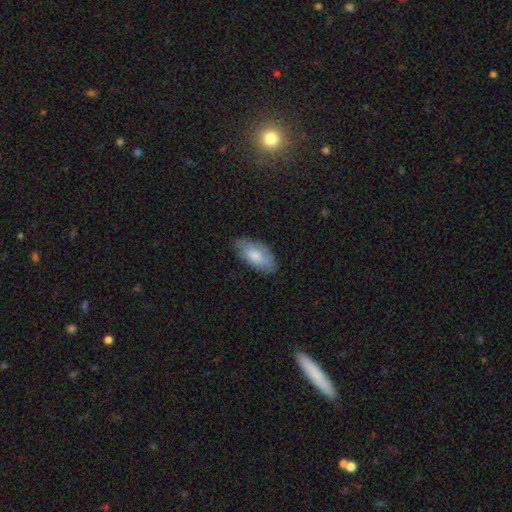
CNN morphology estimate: Overall: smooth (75%). How rounded: in between (91%). Merging: none (73%).